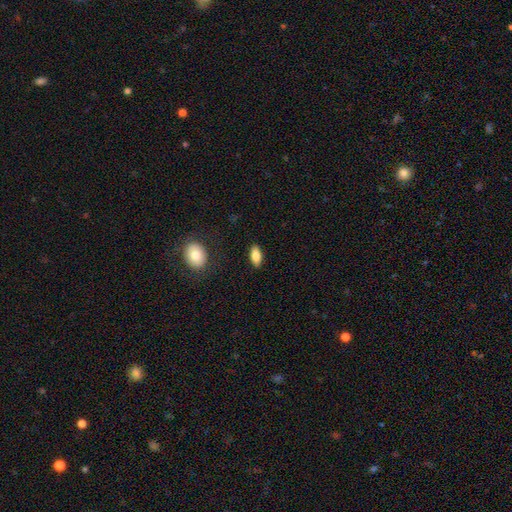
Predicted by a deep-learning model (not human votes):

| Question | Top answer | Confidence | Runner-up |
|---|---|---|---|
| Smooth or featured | smooth | 84% | featured or disk (9%) |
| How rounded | in between | 88% | cigar-shaped (9%) |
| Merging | none | 88% | minor disturbance (9%) |